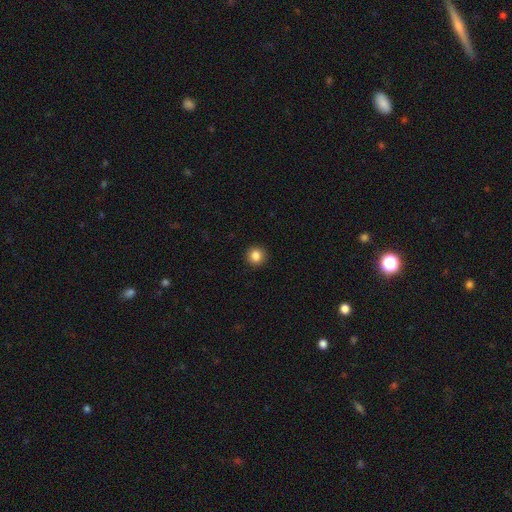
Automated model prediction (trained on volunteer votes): smooth_or_featured: smooth (p=0.85) [alt: star or artifact p=0.10]
how_rounded: round (p=0.93) [alt: in between p=0.06]
merging: none (p=0.93) [alt: minor disturbance p=0.05]